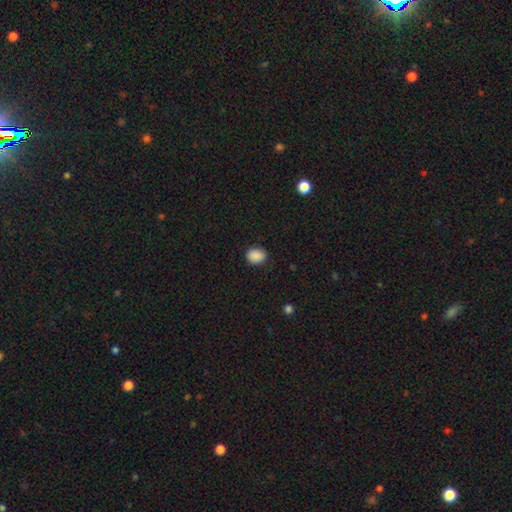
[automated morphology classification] Q: Smooth or featured?
A: smooth (89%); runner-up: star or artifact (8%)
Q: How rounded?
A: in between (50%); runner-up: round (49%)
Q: Merging?
A: none (87%); runner-up: minor disturbance (10%)